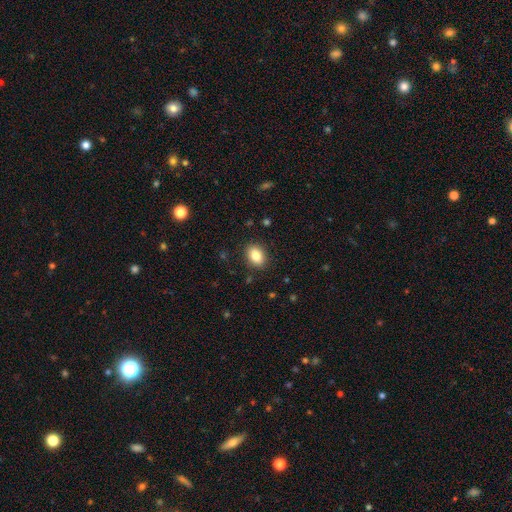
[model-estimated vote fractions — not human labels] A smooth galaxy with no disk features (84%) that is in between round and cigar-shaped (75%). Merging: none (88%).